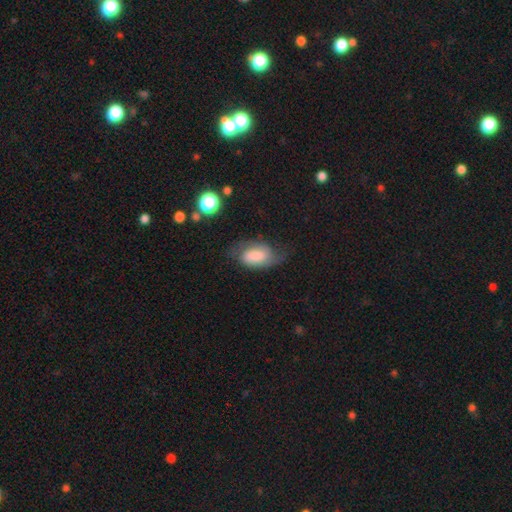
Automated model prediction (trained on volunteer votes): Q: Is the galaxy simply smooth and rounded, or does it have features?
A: smooth — 59%.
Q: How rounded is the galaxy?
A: in between — 90%.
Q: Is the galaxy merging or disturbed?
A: none — 48%.